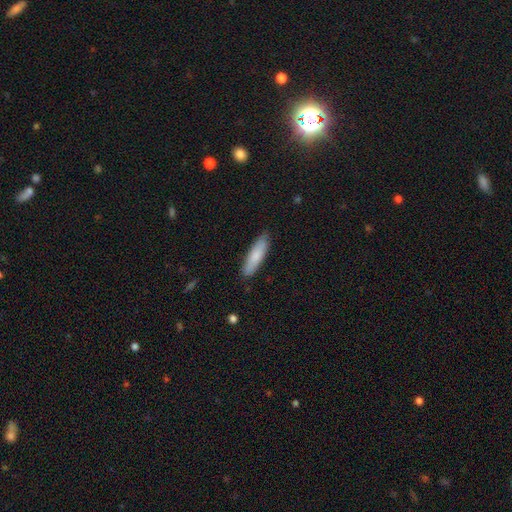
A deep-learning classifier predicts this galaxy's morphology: Overall: smooth (79%). How rounded: cigar-shaped (68%; in between 30%). Merging: none (85%).